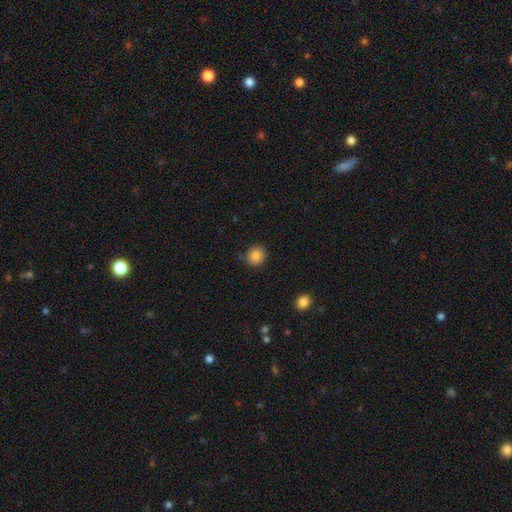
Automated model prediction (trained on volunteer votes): A smooth galaxy with no disk features (85%) that is round (82%).

Vote fractions:
- Smooth or featured? smooth: 85% / star or artifact: 10% / featured or disk: 5%
- How rounded? round: 82% / in between: 17% / cigar-shaped: 1%
- Merging? none: 81% / minor disturbance: 13% / major disturbance: 3% / merger: 3%